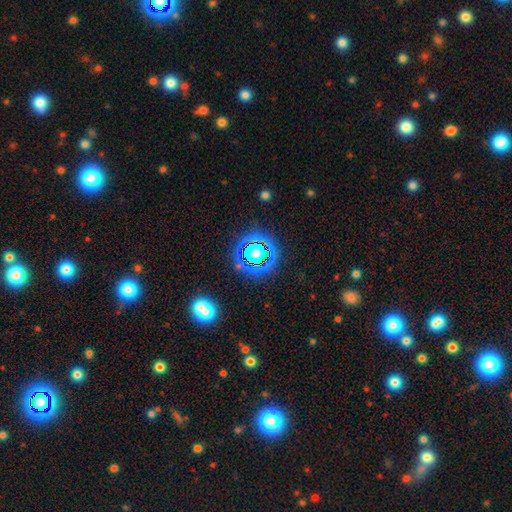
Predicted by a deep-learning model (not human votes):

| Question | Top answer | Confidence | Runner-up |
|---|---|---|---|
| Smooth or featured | star or artifact | 78% | smooth (14%) |